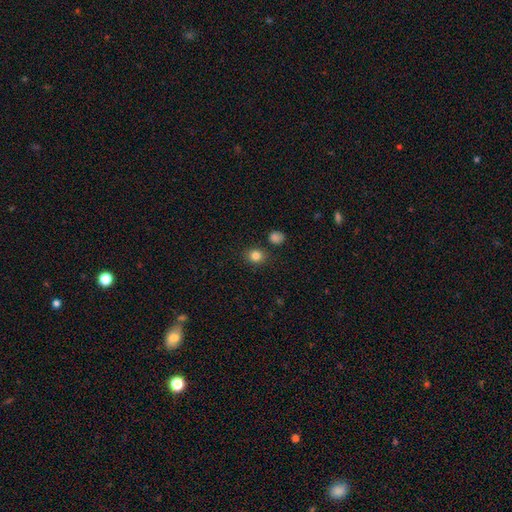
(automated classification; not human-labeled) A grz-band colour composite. It shows a smooth galaxy with no disk features (83%) that is round (76%). Merging: none (84%).